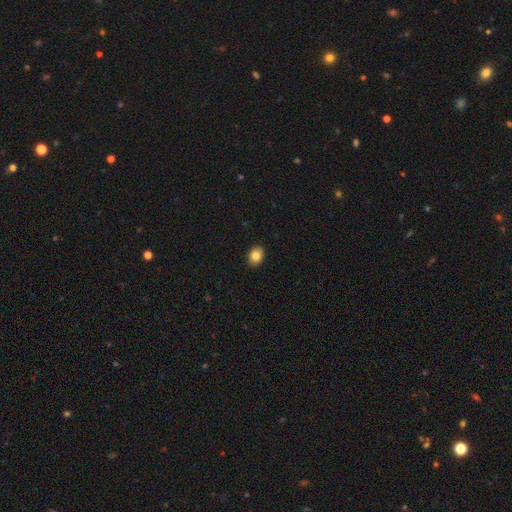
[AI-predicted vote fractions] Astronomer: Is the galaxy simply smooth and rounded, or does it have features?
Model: smooth — 84%.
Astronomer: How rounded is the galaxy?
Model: in between — 73%.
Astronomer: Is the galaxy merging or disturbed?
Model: none — 90%.